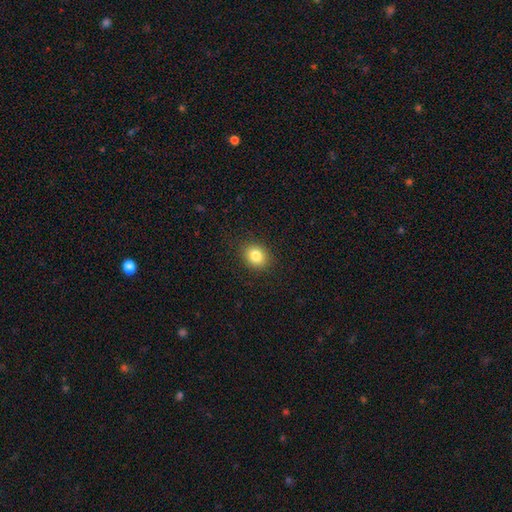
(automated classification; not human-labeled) This appears to be a smooth galaxy with no disk features (83%) that is round (59%). Merging: none (89%).